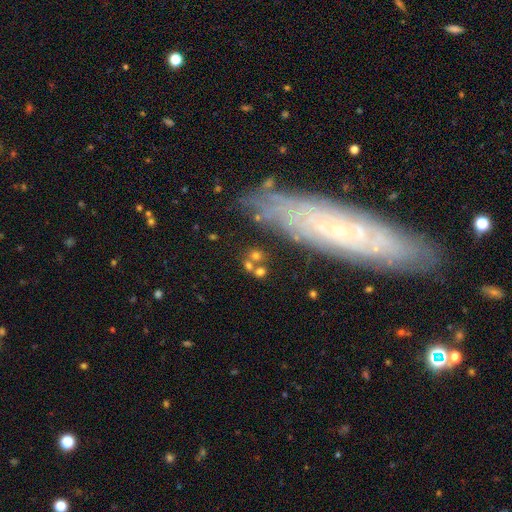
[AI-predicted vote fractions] smooth-or-featured: smooth: 55% | featured or disk: 25% | star or artifact: 20%
  how-rounded: round: 76% | in between: 20% | cigar-shaped: 3%
  merging: none: 66% | merger: 15% | minor disturbance: 12% | major disturbance: 7%